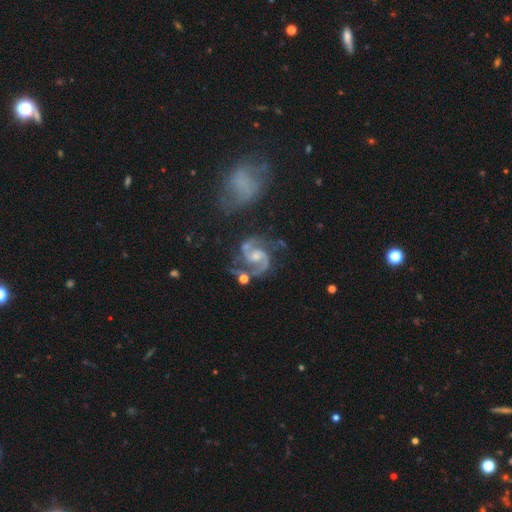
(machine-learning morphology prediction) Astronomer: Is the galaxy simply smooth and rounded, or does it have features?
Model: featured or disk — 91%.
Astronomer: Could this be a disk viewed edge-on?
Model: no — 98%.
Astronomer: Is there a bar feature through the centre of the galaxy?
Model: no — 44% (runner-up: weak, 43%).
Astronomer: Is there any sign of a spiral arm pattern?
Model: yes — 98%.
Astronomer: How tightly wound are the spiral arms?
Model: medium — 63%.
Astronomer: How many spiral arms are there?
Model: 2 — 93%.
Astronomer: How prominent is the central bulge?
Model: moderate — 44% (runner-up: small, 42%).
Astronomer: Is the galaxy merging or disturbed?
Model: none — 66%.